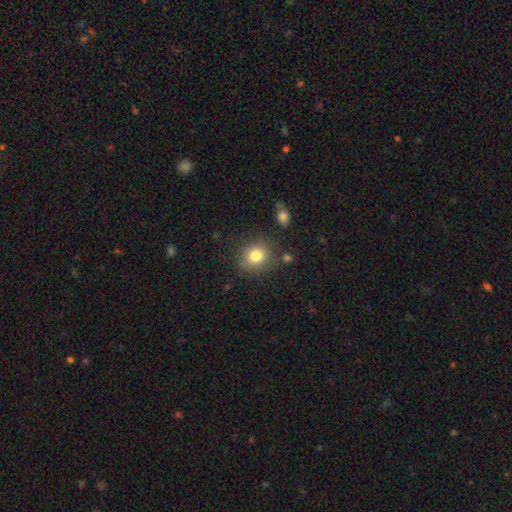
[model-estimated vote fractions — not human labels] smooth_or_featured: smooth (p=0.81) [alt: star or artifact p=0.11]
how_rounded: round (p=0.77) [alt: in between p=0.22]
merging: none (p=0.82) [alt: minor disturbance p=0.11]